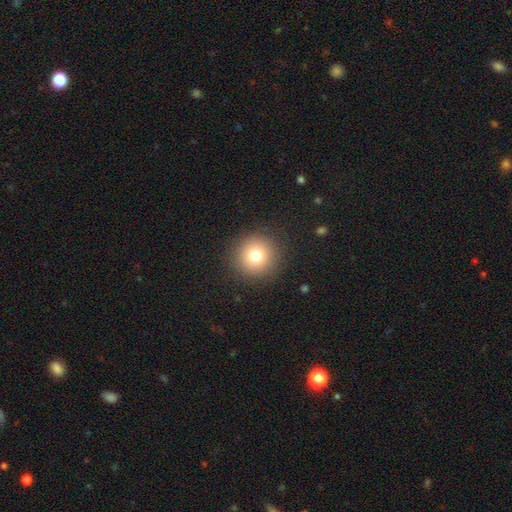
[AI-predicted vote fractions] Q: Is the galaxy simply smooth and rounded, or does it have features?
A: smooth — 77%.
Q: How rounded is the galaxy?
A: round — 95%.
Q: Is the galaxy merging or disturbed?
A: none — 90%.